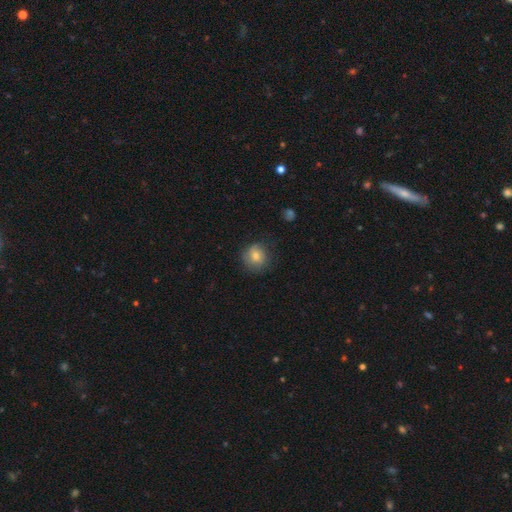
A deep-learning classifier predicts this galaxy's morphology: A smooth galaxy with no disk features (75%) that is round (86%).

Vote fractions:
- Smooth or featured? smooth: 75% / featured or disk: 15% / star or artifact: 10%
- How rounded? round: 86% / in between: 13% / cigar-shaped: 1%
- Merging? none: 74% / minor disturbance: 19% / major disturbance: 6% / merger: 1%